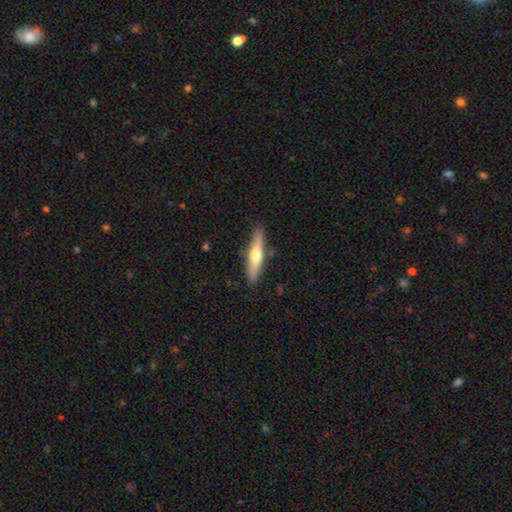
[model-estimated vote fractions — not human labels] smooth_or_featured: featured or disk (p=0.47) [tied with: smooth p=0.47]
merging: none (p=0.86) [alt: minor disturbance p=0.10]